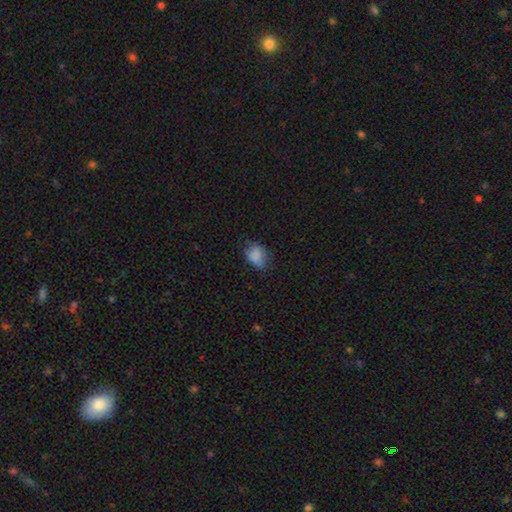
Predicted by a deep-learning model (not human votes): A smooth galaxy with no disk features (80%) that is in between round and cigar-shaped (72%). Merging: none (57%).